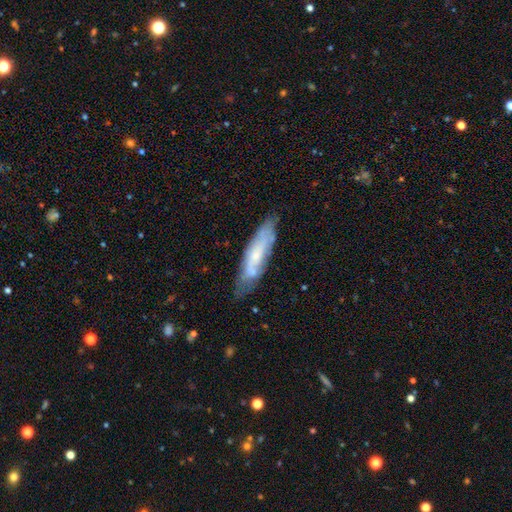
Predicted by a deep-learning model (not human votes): Smooth or featured? featured or disk (54%)
Edge-on disk? no (60%)
Merging? none (70%)